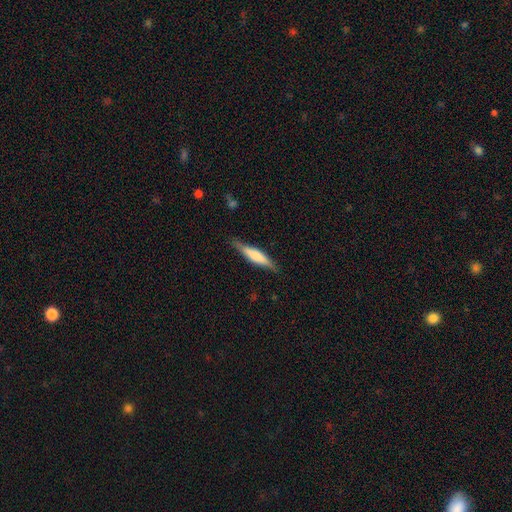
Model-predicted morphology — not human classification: Smooth or featured?
  - smooth: 53% *
  - featured or disk: 42%
  - star or artifact: 6%
How rounded?
  - cigar-shaped: 81% *
  - in between: 18%
  - round: 2%
Merging?
  - none: 82% *
  - minor disturbance: 13%
  - major disturbance: 3%
  - merger: 1%